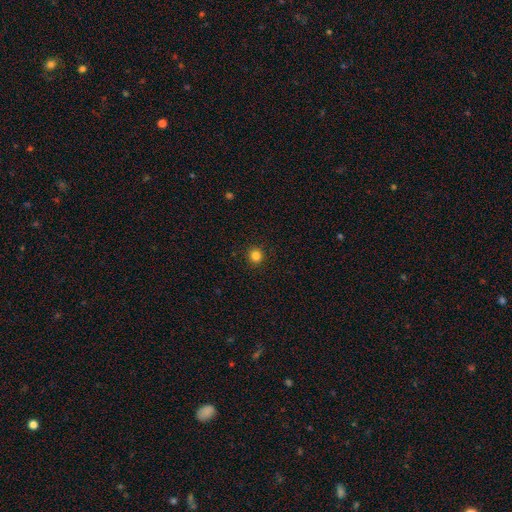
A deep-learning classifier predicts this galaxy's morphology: smooth_or_featured: smooth (p=0.84) [alt: star or artifact p=0.13]
how_rounded: round (p=0.95) [alt: in between p=0.04]
merging: none (p=0.93) [alt: minor disturbance p=0.04]